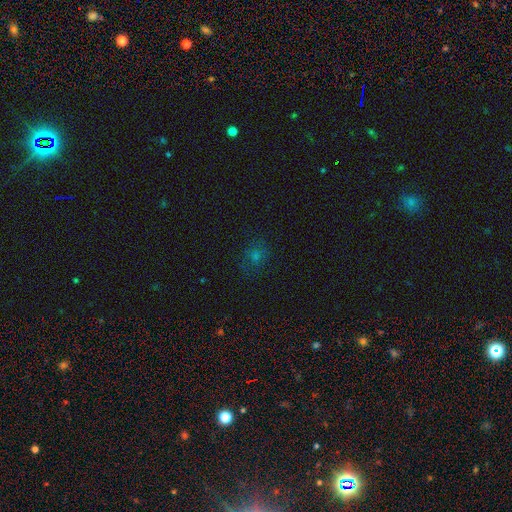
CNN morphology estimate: This is possibly a smooth galaxy (54%). How rounded: likely round (67%). Merging: likely none (73%).